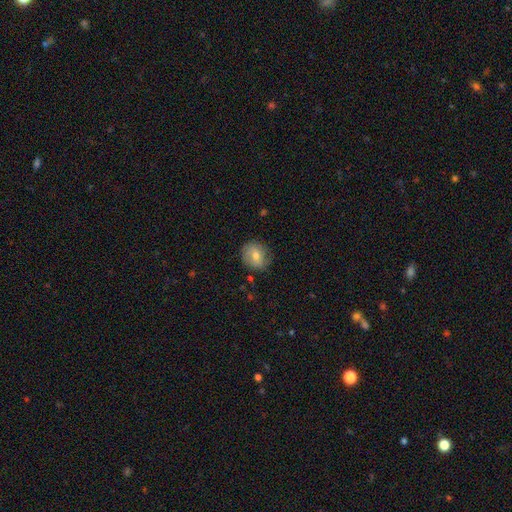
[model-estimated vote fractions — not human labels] smooth-or-featured: smooth: 63% | featured or disk: 27% | star or artifact: 10%
  how-rounded: round: 74% | in between: 25% | cigar-shaped: 1%
  merging: none: 78% | minor disturbance: 16% | major disturbance: 4% | merger: 1%